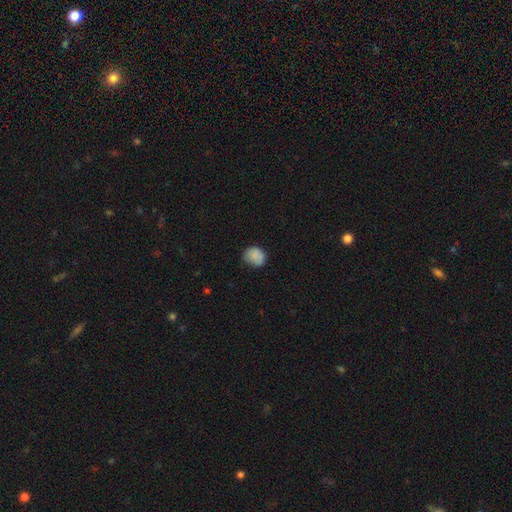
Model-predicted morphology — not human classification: A smooth galaxy with no disk features (81%) that is round (69%).

Vote fractions:
- Smooth or featured? smooth: 81% / featured or disk: 11% / star or artifact: 9%
- How rounded? round: 69% / in between: 30% / cigar-shaped: 1%
- Merging? none: 60% / minor disturbance: 30% / major disturbance: 7% / merger: 3%